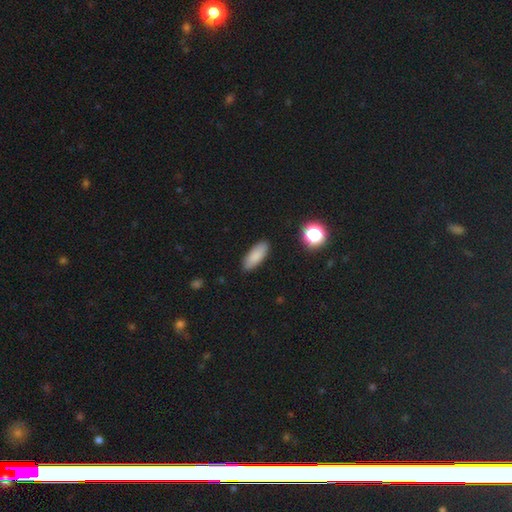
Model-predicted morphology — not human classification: Smooth or featured: smooth — 85% (star or artifact — 8%)
How rounded: in between — 76% (cigar-shaped — 22%)
Merging: none — 88% (minor disturbance — 9%)